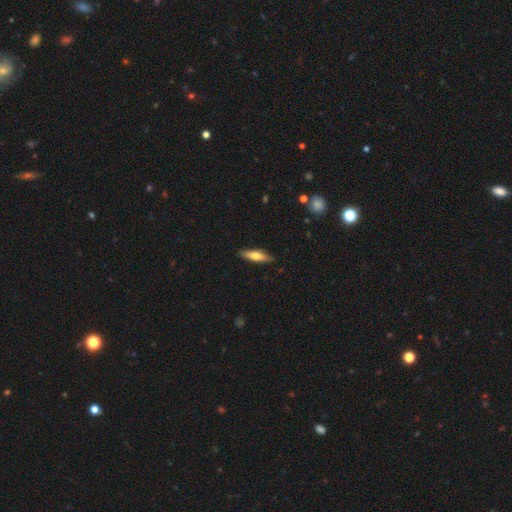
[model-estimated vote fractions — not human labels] smooth-or-featured: smooth: 60% | featured or disk: 34% | star or artifact: 6%
  how-rounded: cigar-shaped: 68% | in between: 31% | round: 2%
  merging: none: 89% | minor disturbance: 8% | major disturbance: 2% | merger: 1%